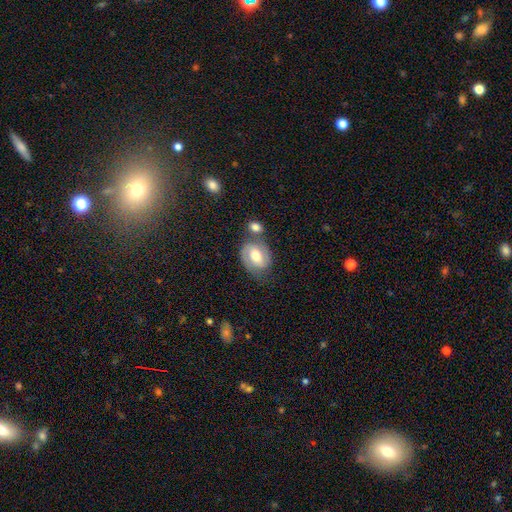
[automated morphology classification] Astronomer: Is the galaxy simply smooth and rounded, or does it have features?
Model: featured or disk — 59% (runner-up: smooth, 34%).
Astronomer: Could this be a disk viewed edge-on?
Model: no — 96%.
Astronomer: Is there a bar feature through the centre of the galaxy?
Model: weak — 45% (runner-up: no, 29%).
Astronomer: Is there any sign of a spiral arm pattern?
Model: yes — 80%.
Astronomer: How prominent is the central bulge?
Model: moderate — 63%.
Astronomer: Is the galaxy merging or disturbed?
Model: none — 53%.